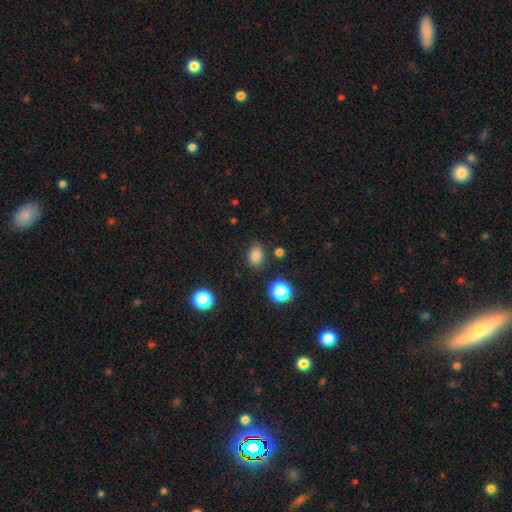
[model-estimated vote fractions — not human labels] Q: Smooth or featured?
A: smooth (80%); runner-up: star or artifact (13%)
Q: How rounded?
A: in between (64%); runner-up: round (35%)
Q: Merging?
A: none (82%); runner-up: minor disturbance (12%)